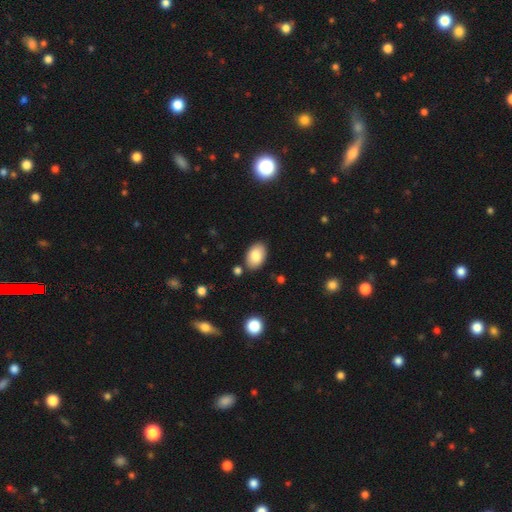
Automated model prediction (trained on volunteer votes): smooth 84%, featured or disk 9%, star or artifact 7%. Down the decision tree: how rounded — in between (91%); merging — none (84%).